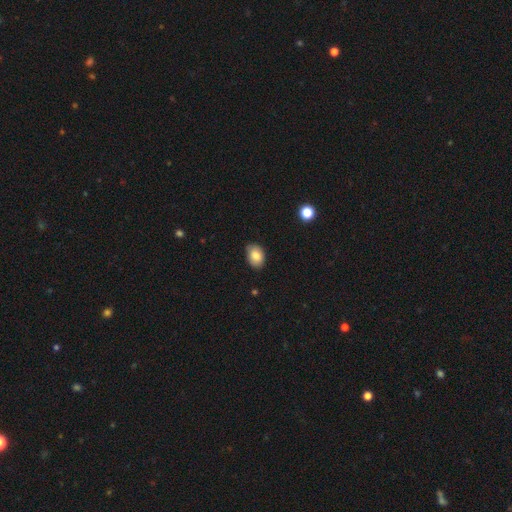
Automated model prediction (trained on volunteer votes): Q: Smooth or featured?
A: smooth (83%); runner-up: featured or disk (9%)
Q: How rounded?
A: in between (80%); runner-up: round (18%)
Q: Merging?
A: none (81%); runner-up: minor disturbance (16%)